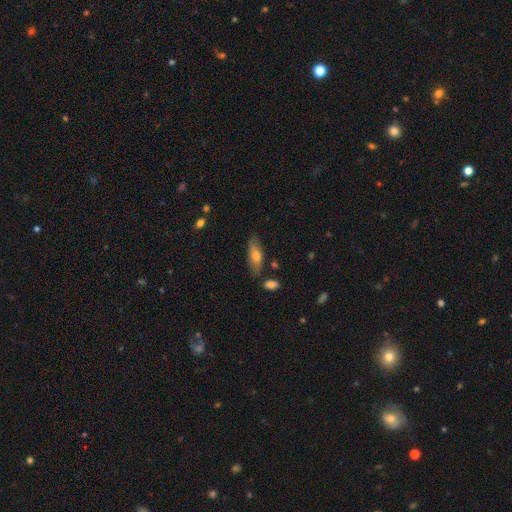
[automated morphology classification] Smooth or featured? Predicted: smooth (p=0.61). How rounded? Predicted: in between (p=0.58). Merging? Predicted: none (p=0.77).